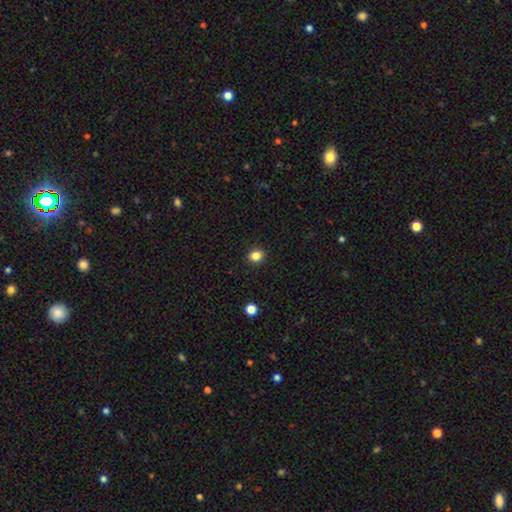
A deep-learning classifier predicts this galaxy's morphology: Overall: smooth (84%). How rounded: round (70%). Merging: none (91%).